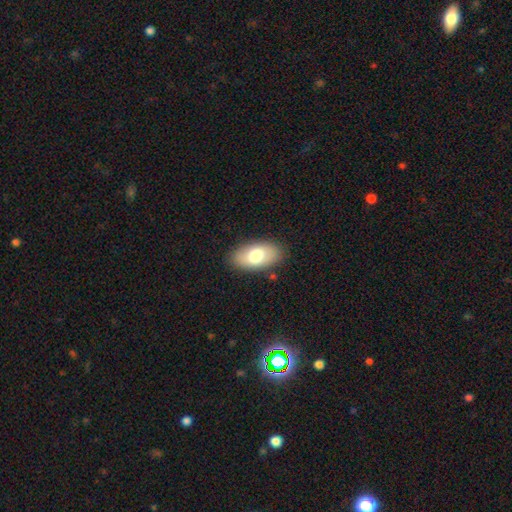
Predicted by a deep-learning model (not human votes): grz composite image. It shows a smooth galaxy with no disk features (75%) that is in between round and cigar-shaped (93%). Merging: none (85%).